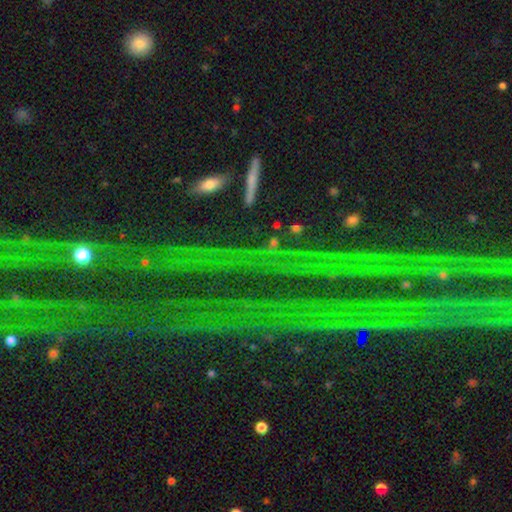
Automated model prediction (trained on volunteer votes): Smooth or featured?
  - star or artifact: 61% *
  - smooth: 20%
  - featured or disk: 19%